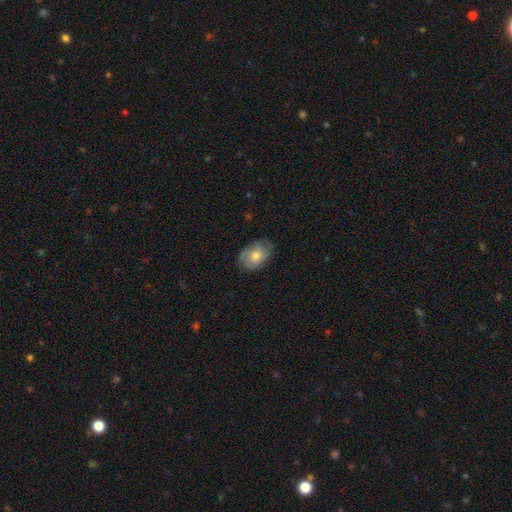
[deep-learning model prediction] smooth 59%, featured or disk 33%, star or artifact 7%. Down the decision tree: how rounded — in between (83%); merging — none (74%).